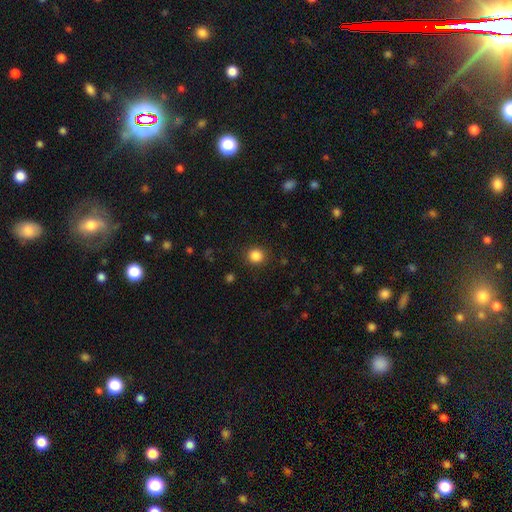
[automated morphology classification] A smooth galaxy with no disk features (85%) that is round (88%).

Vote fractions:
- Smooth or featured? smooth: 85% / star or artifact: 11% / featured or disk: 3%
- How rounded? round: 88% / in between: 11% / cigar-shaped: 1%
- Merging? none: 89% / minor disturbance: 7% / major disturbance: 3% / merger: 1%